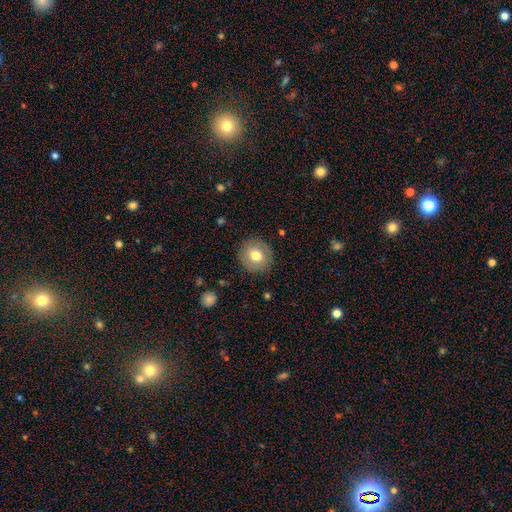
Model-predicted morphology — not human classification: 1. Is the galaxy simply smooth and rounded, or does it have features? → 74% smooth, 17% featured or disk, 8% star or artifact.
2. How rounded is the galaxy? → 91% round, 8% in between, 1% cigar-shaped.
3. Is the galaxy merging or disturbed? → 89% none, 8% minor disturbance, 3% major disturbance, 1% merger.